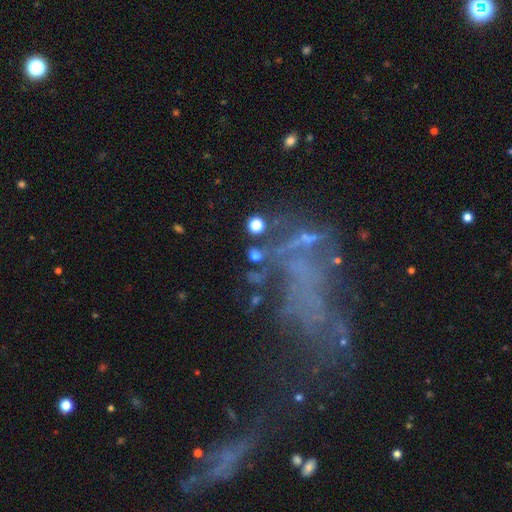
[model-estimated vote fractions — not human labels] The model was most divided on "smooth or featured": smooth: 57%, star or artifact: 25%, featured or disk: 18%. More confident: how rounded — round (71%); merging — none (67%).